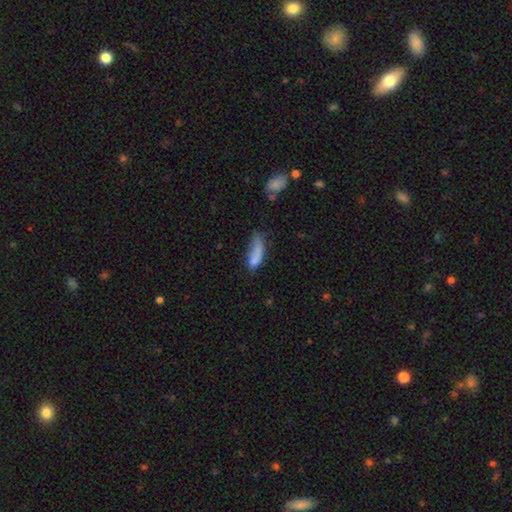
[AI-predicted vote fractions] Smooth or featured: smooth — 76% (featured or disk — 15%)
How rounded: in between — 58% (cigar-shaped — 39%)
Merging: none — 32% (tied with minor disturbance — 32%)